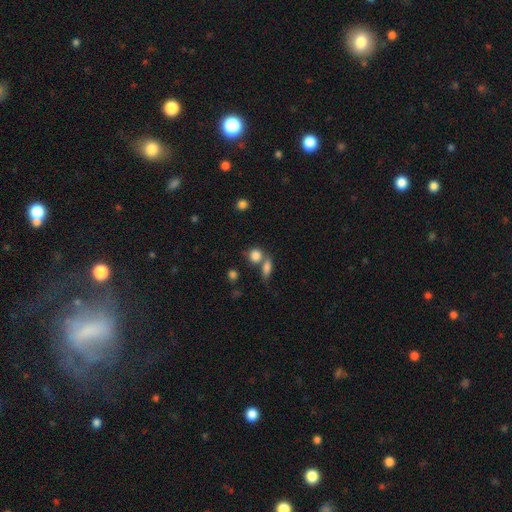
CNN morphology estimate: Smooth or featured?
  - smooth: 83% *
  - star or artifact: 10%
  - featured or disk: 8%
How rounded?
  - round: 68% *
  - in between: 29%
  - cigar-shaped: 3%
Merging?
  - none: 46% *
  - merger: 38%
  - minor disturbance: 10%
  - major disturbance: 5%